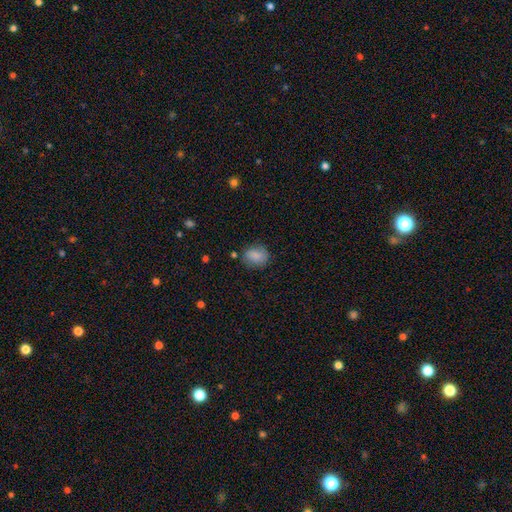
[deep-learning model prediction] A smooth galaxy with no disk features (84%) that is round (51%). Merging: none (75%).